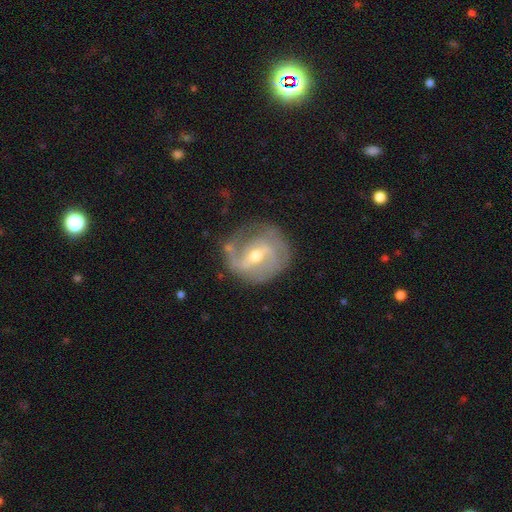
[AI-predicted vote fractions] Smooth or featured? Predicted: featured or disk (p=0.82). Edge-on disk? Predicted: no (p=0.97). Bar? Predicted: weak (p=0.49). Spiral arms? Predicted: yes (p=0.90). Spiral winding? Predicted: medium (p=0.43). Spiral arm count? Predicted: 2 (p=0.62). Bulge size? Predicted: moderate (p=0.57). Merging? Predicted: none (p=0.67).